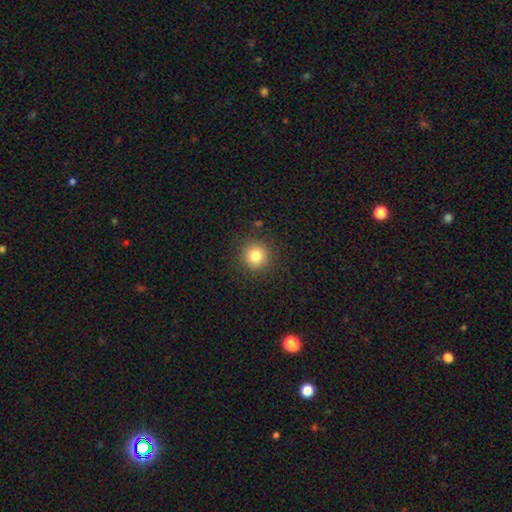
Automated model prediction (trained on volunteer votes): Smooth or featured?
  - smooth: 82% *
  - star or artifact: 12%
  - featured or disk: 6%
How rounded?
  - round: 93% *
  - in between: 6%
  - cigar-shaped: 1%
Merging?
  - none: 89% *
  - minor disturbance: 7%
  - major disturbance: 3%
  - merger: 1%